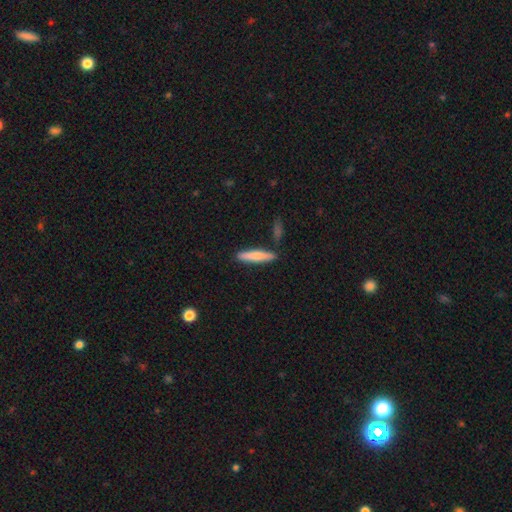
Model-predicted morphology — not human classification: This appears to be a smooth galaxy with no disk features (75%) that is cigar-shaped (87%). Merging: none (83%).